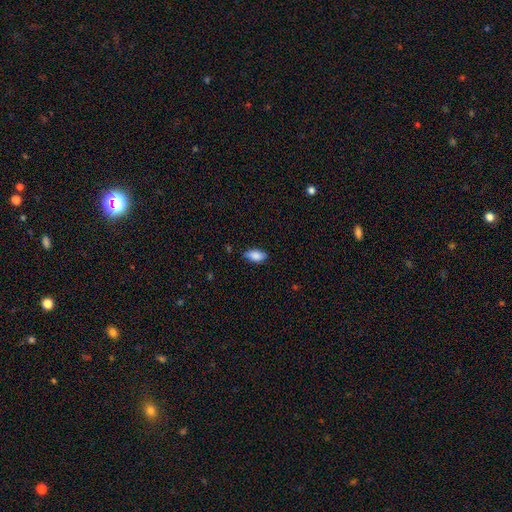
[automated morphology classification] Smooth or featured?
  - smooth: 86% *
  - featured or disk: 7%
  - star or artifact: 7%
How rounded?
  - in between: 90% *
  - cigar-shaped: 7%
  - round: 3%
Merging?
  - none: 78% *
  - minor disturbance: 18%
  - major disturbance: 3%
  - merger: 1%